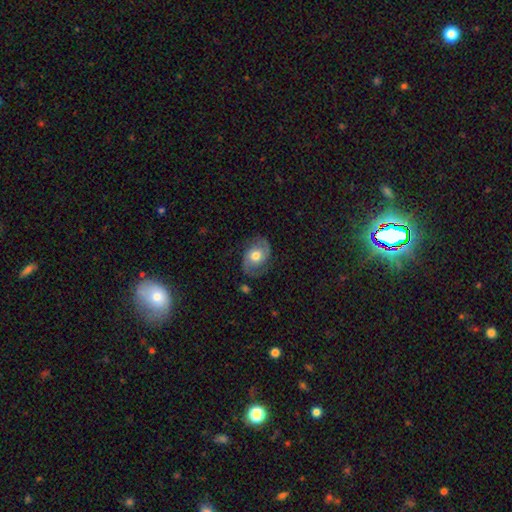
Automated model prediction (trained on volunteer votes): Smooth or featured?
  - featured or disk: 67% *
  - smooth: 26%
  - star or artifact: 7%
Edge-on disk?
  - no: 97% *
  - yes: 3%
Bar?
  - no: 72% *
  - weak: 23%
  - strong: 5%
Spiral arms?
  - yes: 86% *
  - no: 14%
Spiral winding?
  - medium: 49% *
  - loose: 26%
  - tight: 25%
Spiral arm count?
  - 2: 90% *
  - can't tell: 5%
  - 1: 2%
  - 3: 1%
  - 4: 1%
  - more than 4: 1%
Bulge size?
  - moderate: 69% *
  - large: 22%
  - small: 7%
  - dominant: 2%
  - none: 1%
Merging?
  - none: 76% *
  - minor disturbance: 17%
  - major disturbance: 6%
  - merger: 2%